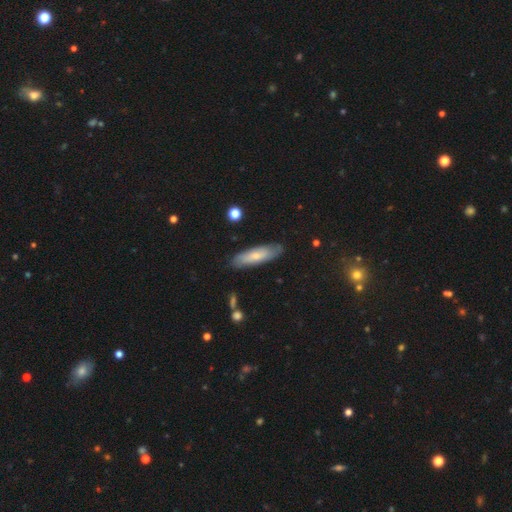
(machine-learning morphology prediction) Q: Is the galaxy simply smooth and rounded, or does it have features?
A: smooth — 62%.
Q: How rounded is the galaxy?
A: cigar-shaped — 58%.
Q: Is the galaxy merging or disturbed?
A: none — 84%.